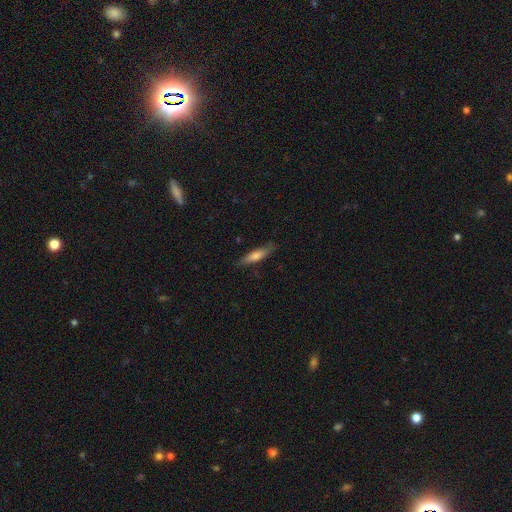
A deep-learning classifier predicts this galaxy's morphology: smooth 62%, featured or disk 32%, star or artifact 6%. Down the decision tree: how rounded — cigar-shaped (78%); merging — none (81%).